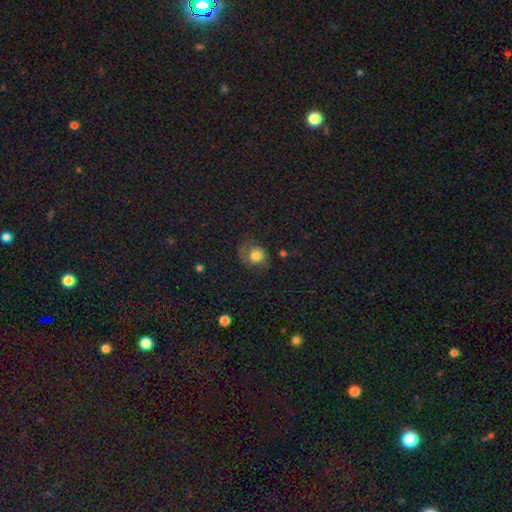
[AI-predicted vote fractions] Morphology: type=smooth (71%); roundness=round (74%); merging=none (50%).